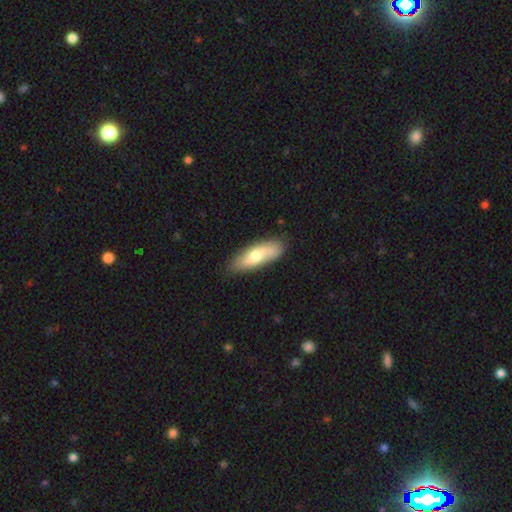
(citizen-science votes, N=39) smooth 67%, featured or disk 31%, star or artifact 3%. Down the decision tree: how rounded — in between (77%); merging — none (84%).